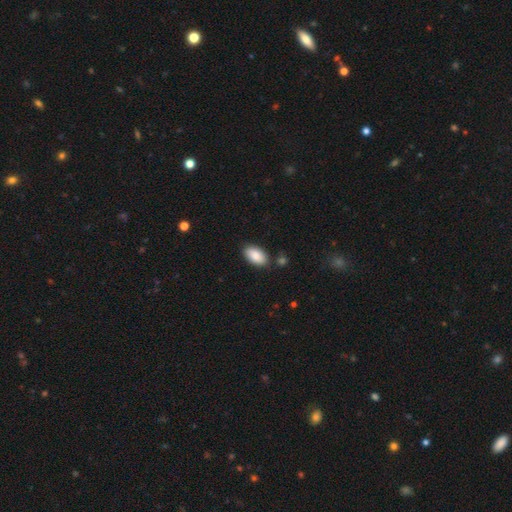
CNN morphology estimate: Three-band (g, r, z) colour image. It shows a smooth galaxy with no disk features (86%) that is in between round and cigar-shaped (94%). Merging: none (83%).